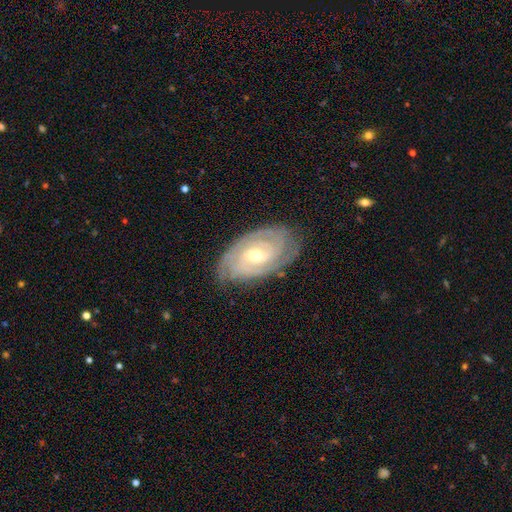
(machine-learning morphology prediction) Smooth or featured: featured or disk — 87% (smooth — 8%)
Edge-on disk: no — 95% (yes — 5%)
Bar: weak — 44% (no — 41%)
Spiral arms: yes — 96% (no — 4%)
Spiral winding: tight — 75% (medium — 21%)
Spiral arm count: can't tell — 26% (tied with 2 — 26%; 3 — 26%)
Bulge size: moderate — 51% (small — 46%)
Merging: none — 79% (minor disturbance — 16%)